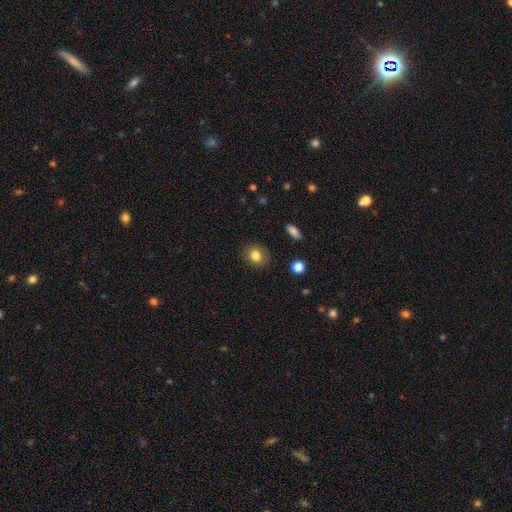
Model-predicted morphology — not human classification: A smooth galaxy with no disk features (80%) that is round (60%).

Vote fractions:
- Smooth or featured? smooth: 80% / featured or disk: 11% / star or artifact: 10%
- How rounded? round: 60% / in between: 39% / cigar-shaped: 1%
- Merging? none: 86% / minor disturbance: 10% / major disturbance: 3% / merger: 1%